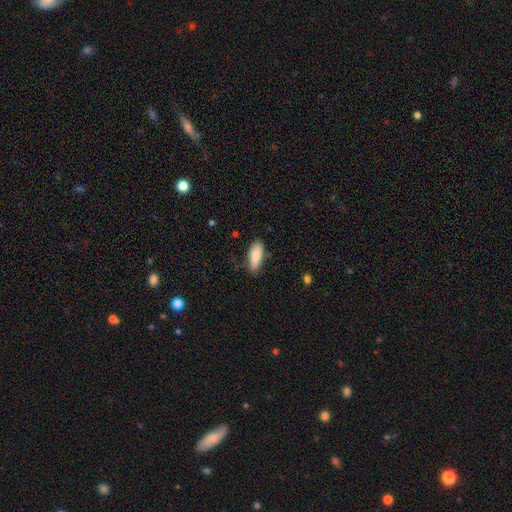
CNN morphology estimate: smooth-or-featured: smooth: 83% | featured or disk: 10% | star or artifact: 6%
  how-rounded: in between: 76% | cigar-shaped: 22% | round: 2%
  merging: none: 78% | minor disturbance: 17% | major disturbance: 3% | merger: 2%